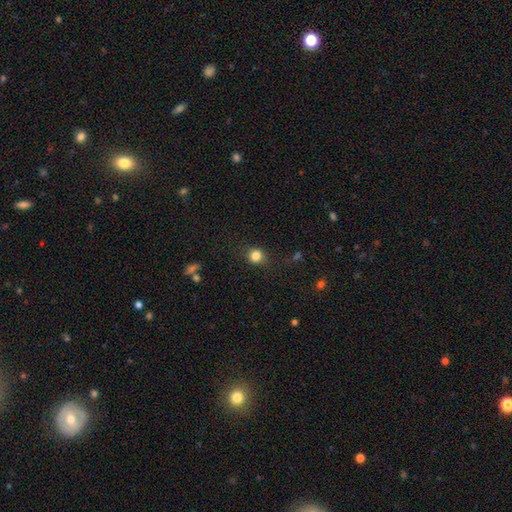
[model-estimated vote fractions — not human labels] smooth 83%, star or artifact 12%, featured or disk 5%. Down the decision tree: how rounded — round (83%); merging — none (84%).